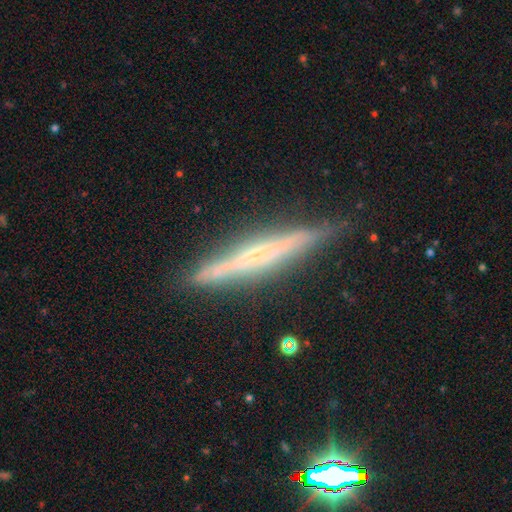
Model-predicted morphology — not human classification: Smooth or featured? Predicted: featured or disk (p=0.71). Edge-on disk? Predicted: yes (p=0.96). Edge-on bulge? Predicted: none (p=0.61). Merging? Predicted: none (p=0.84).